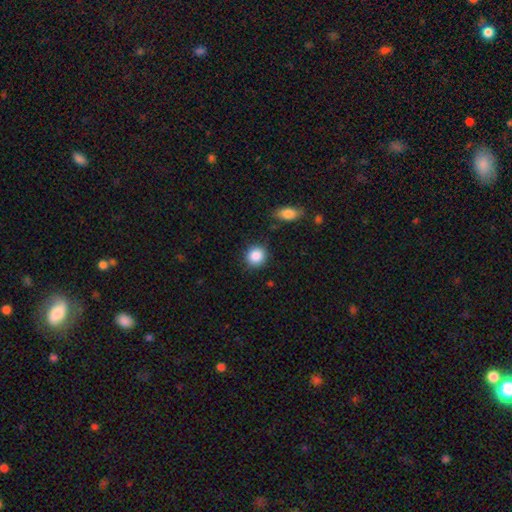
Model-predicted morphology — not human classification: This is clearly a smooth galaxy (87%). How rounded: clearly round (89%). Merging: clearly none (88%).